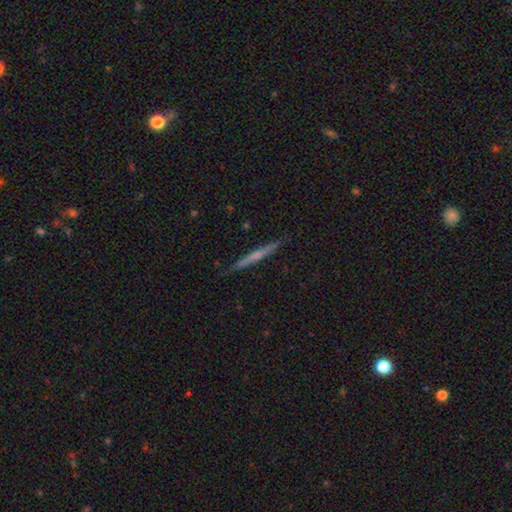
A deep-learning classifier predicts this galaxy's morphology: smooth_or_featured: featured or disk (p=0.58) [alt: smooth p=0.36]
disk_edge_on: yes (p=0.98) [alt: no p=0.02]
edge_on_bulge: none (p=0.54) [alt: rounded p=0.39]
merging: none (p=0.88) [alt: minor disturbance p=0.09]